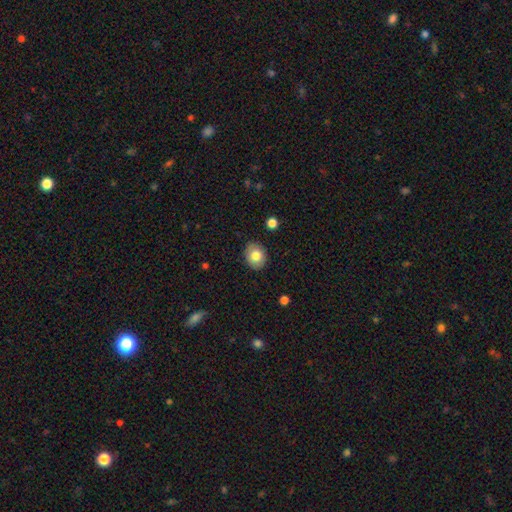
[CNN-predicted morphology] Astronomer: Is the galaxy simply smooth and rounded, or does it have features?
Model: smooth — 80%.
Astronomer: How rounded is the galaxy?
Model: round — 50% (runner-up: in between, 49%).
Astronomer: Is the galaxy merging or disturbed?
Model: none — 88%.